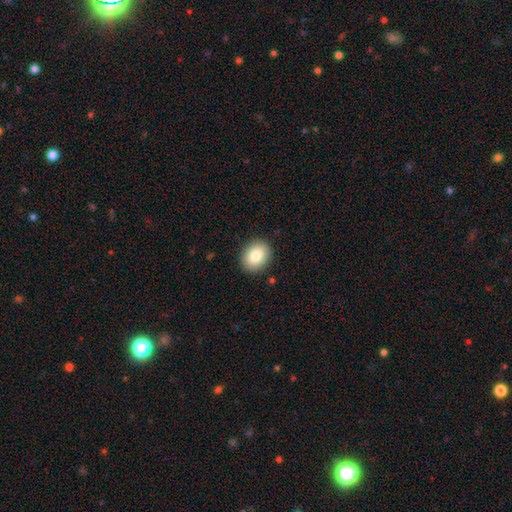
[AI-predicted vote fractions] Smooth or featured?
  - smooth: 83% *
  - featured or disk: 9%
  - star or artifact: 8%
How rounded?
  - in between: 50% *
  - round: 49%
  - cigar-shaped: 1%
Merging?
  - none: 89% *
  - minor disturbance: 8%
  - major disturbance: 2%
  - merger: 1%